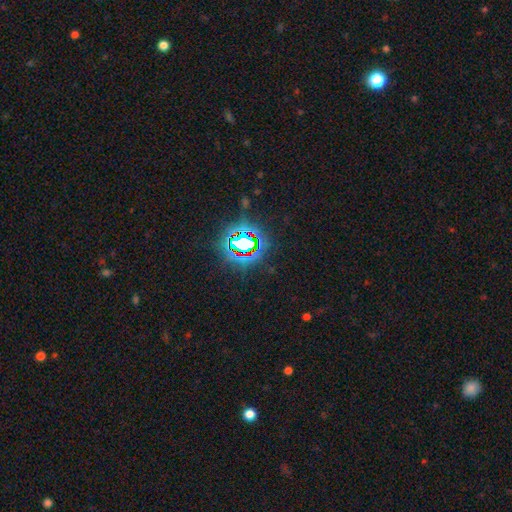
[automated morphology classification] A star or artifact, not a galaxy (81%).

Vote fractions:
- Smooth or featured? star or artifact: 81% / smooth: 11% / featured or disk: 8%